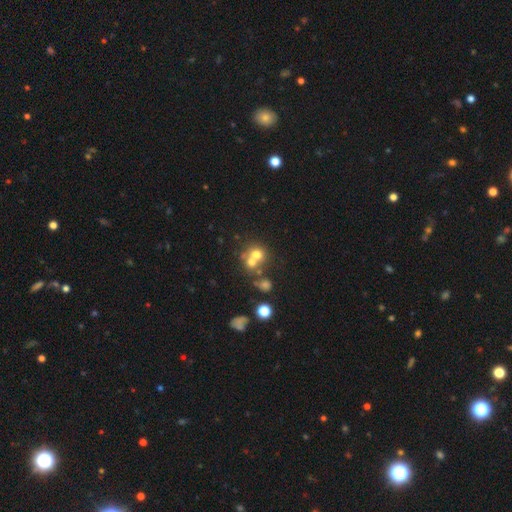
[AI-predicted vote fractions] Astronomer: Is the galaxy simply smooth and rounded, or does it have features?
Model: smooth — 61%.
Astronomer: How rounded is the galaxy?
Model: round — 81%.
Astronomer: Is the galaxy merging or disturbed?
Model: merger — 47% (runner-up: none, 40%).